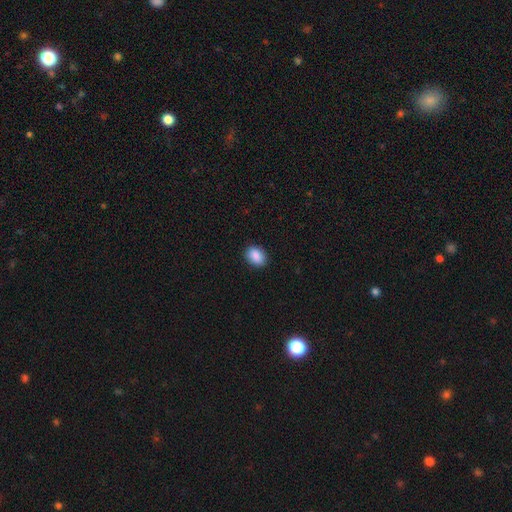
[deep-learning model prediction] Q: Smooth or featured?
A: smooth (89%); runner-up: star or artifact (7%)
Q: How rounded?
A: in between (77%); runner-up: round (22%)
Q: Merging?
A: none (88%); runner-up: minor disturbance (9%)